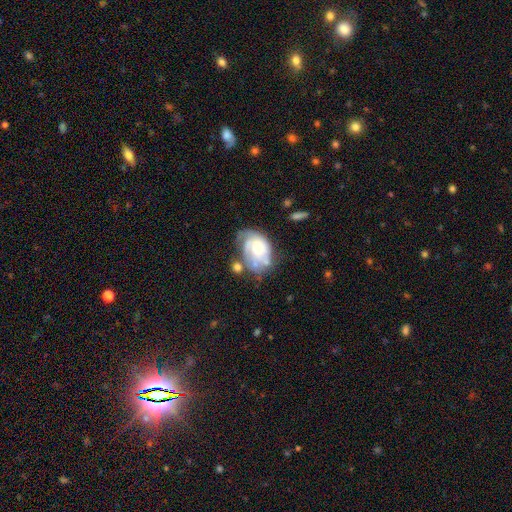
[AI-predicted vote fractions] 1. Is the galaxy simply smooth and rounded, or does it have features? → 70% featured or disk, 23% smooth, 7% star or artifact.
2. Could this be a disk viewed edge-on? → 97% no, 3% yes.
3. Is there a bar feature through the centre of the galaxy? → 76% no, 20% weak, 4% strong.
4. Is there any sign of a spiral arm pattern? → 80% yes, 20% no.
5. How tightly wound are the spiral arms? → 53% tight, 32% medium, 15% loose.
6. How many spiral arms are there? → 34% can't tell, 25% 2, 24% 1, 11% 3, 3% 4, 2% more than 4.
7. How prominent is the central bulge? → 64% moderate, 18% small, 15% large, 2% none, 2% dominant.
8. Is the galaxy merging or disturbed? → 39% none, 26% minor disturbance, 22% major disturbance, 13% merger.